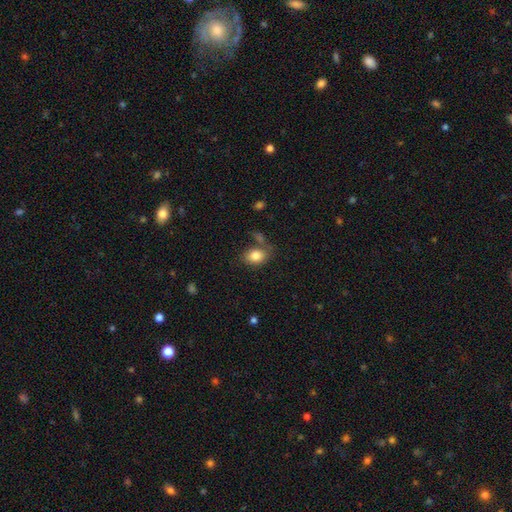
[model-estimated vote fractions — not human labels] Smooth or featured? Predicted: smooth (p=0.83). How rounded? Predicted: in between (p=0.75). Merging? Predicted: none (p=0.62).